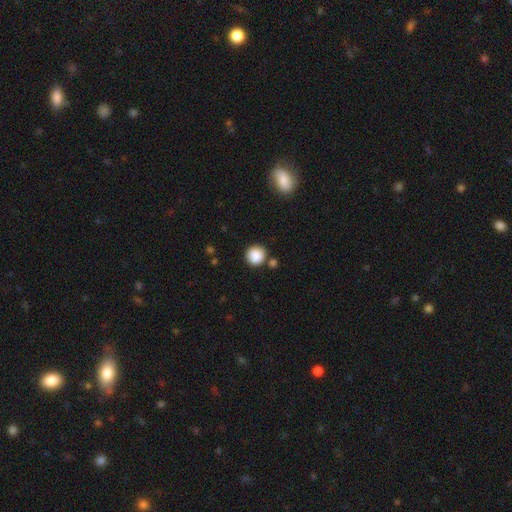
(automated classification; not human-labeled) Overall: smooth (87%). How rounded: round (92%). Merging: none (80%).